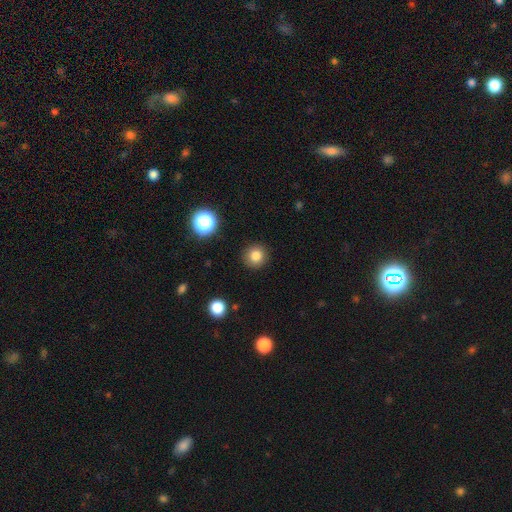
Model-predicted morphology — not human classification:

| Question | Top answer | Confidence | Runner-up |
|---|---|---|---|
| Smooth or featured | smooth | 82% | star or artifact (13%) |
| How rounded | round | 94% | in between (5%) |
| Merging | none | 91% | minor disturbance (6%) |